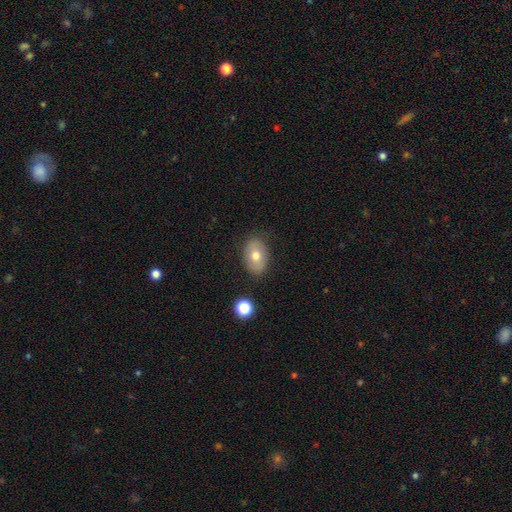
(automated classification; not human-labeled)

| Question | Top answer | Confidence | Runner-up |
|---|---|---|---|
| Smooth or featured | smooth | 69% | featured or disk (22%) |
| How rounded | in between | 75% | round (24%) |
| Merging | none | 81% | minor disturbance (13%) |